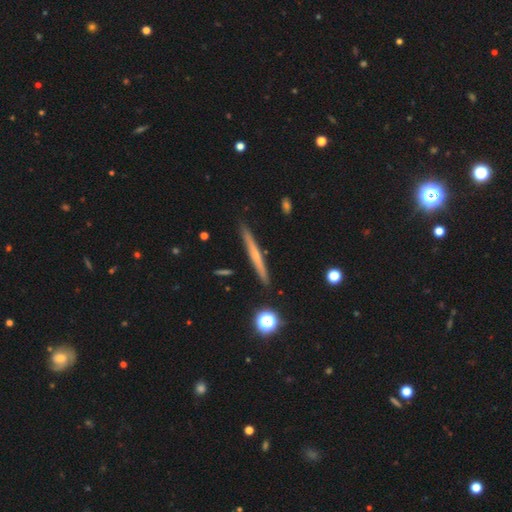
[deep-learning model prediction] smooth_or_featured: featured or disk (p=0.53) [alt: smooth p=0.39]
disk_edge_on: yes (p=0.97) [alt: no p=0.03]
edge_on_bulge: none (p=0.63) [alt: rounded p=0.32]
merging: none (p=0.91) [alt: minor disturbance p=0.06]